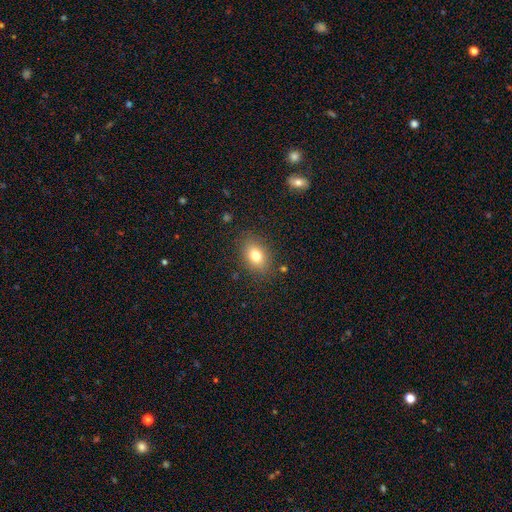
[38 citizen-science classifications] Overall: smooth (82%). How rounded: in between (90%). Merging: none (86%).